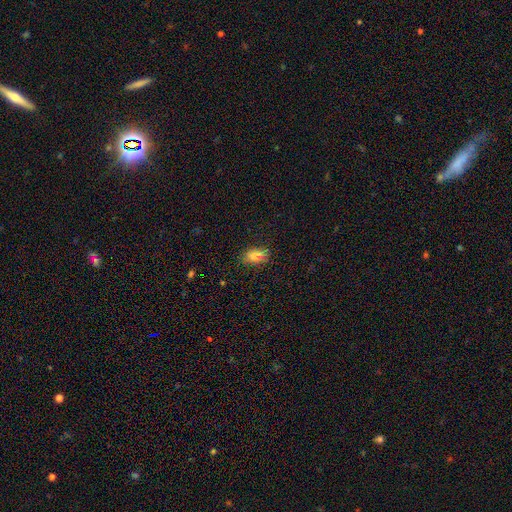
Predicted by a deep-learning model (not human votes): smooth_or_featured: smooth (p=0.81) [alt: star or artifact p=0.12]
how_rounded: in between (p=0.88) [alt: round p=0.07]
merging: none (p=0.79) [alt: minor disturbance p=0.16]